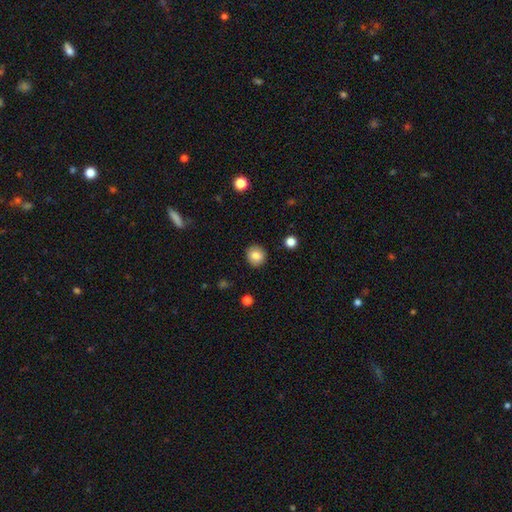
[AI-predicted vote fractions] A smooth galaxy with no disk features (83%) that is round (89%).

Vote fractions:
- Smooth or featured? smooth: 83% / star or artifact: 9% / featured or disk: 8%
- How rounded? round: 89% / in between: 10% / cigar-shaped: 1%
- Merging? none: 91% / minor disturbance: 6% / major disturbance: 2% / merger: 1%